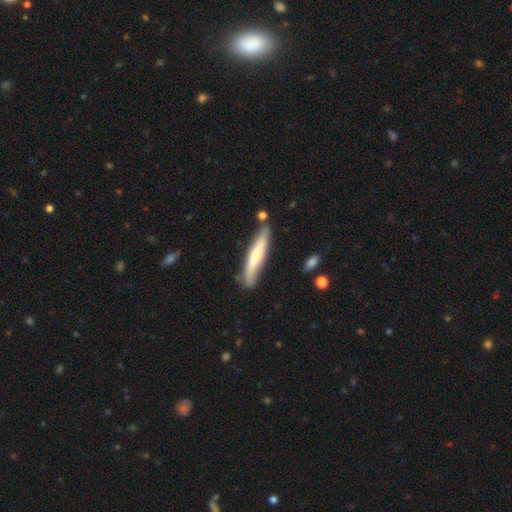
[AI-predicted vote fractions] Morphology: type=smooth (49%); merging=none (77%).